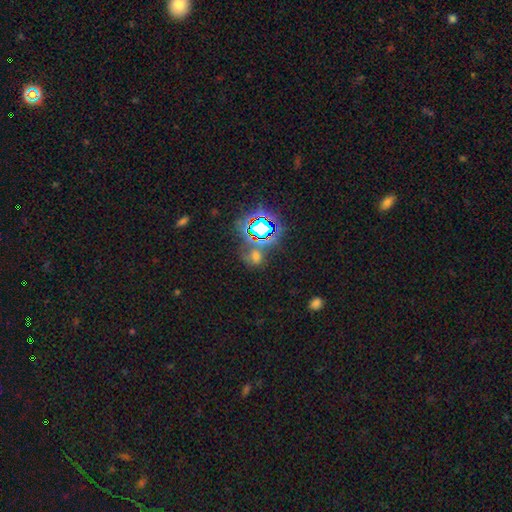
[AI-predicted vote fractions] Smooth or featured?
  - star or artifact: 54% *
  - smooth: 35%
  - featured or disk: 11%